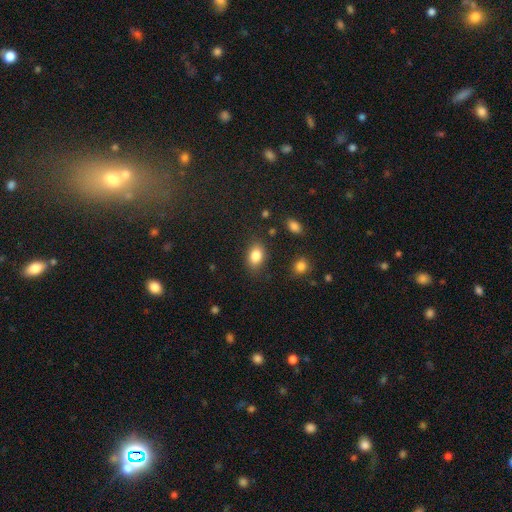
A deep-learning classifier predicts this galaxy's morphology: smooth-or-featured: smooth: 84% | star or artifact: 9% | featured or disk: 7%
  how-rounded: in between: 83% | round: 16% | cigar-shaped: 2%
  merging: none: 81% | minor disturbance: 13% | major disturbance: 4% | merger: 2%